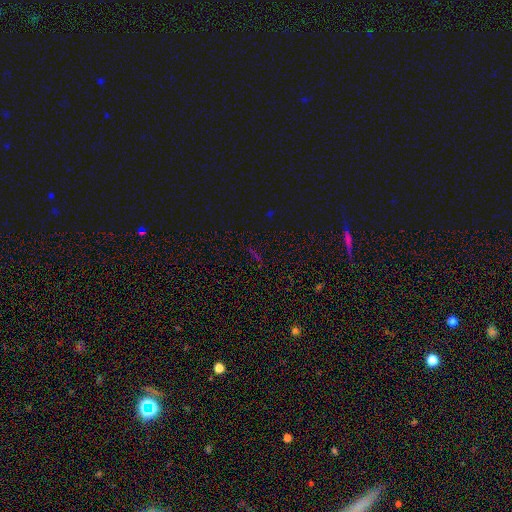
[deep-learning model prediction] Morphology: type=star or artifact (66%).